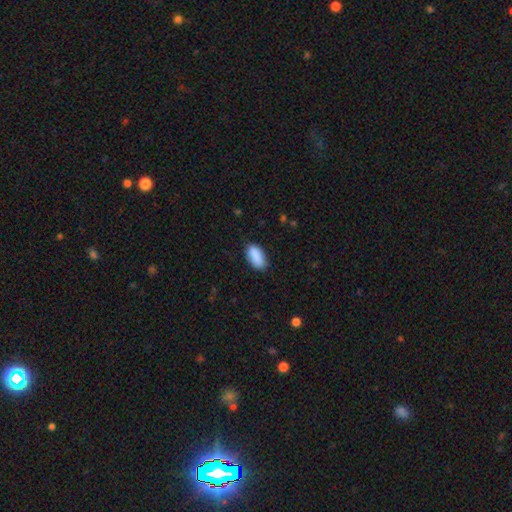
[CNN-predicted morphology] Smooth or featured? smooth (90%)
How rounded? in between (91%)
Merging? none (84%)